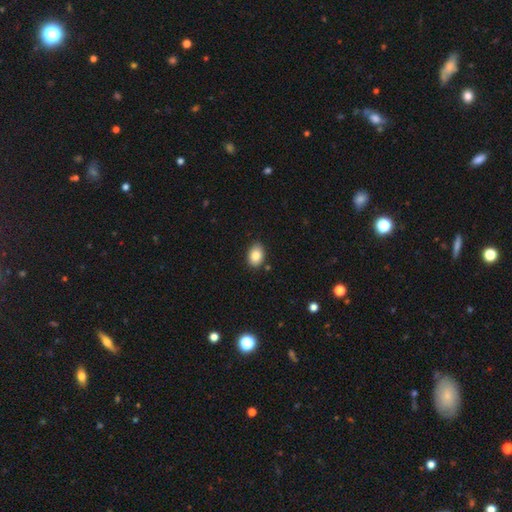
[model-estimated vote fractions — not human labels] This is clearly a smooth galaxy (84%). How rounded: clearly in between (80%). Merging: clearly none (86%).